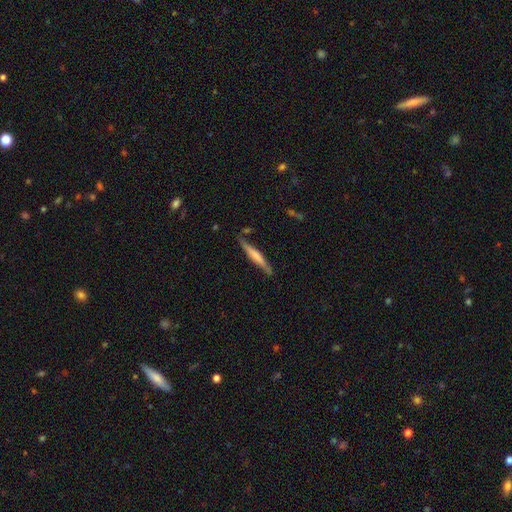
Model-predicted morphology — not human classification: This is possibly a featured or disk galaxy (48%). Merging: clearly none (80%).